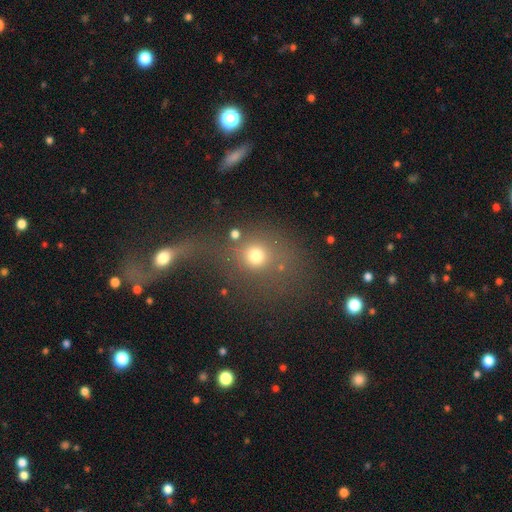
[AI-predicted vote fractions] Smooth or featured? Predicted: smooth (p=0.69). How rounded? Predicted: round (p=0.76). Merging? Predicted: none (p=0.50).